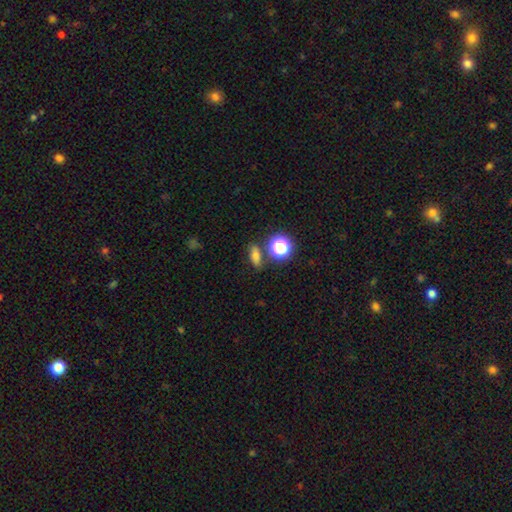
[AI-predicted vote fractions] smooth-or-featured: smooth: 64% | star or artifact: 20% | featured or disk: 16%
  how-rounded: in between: 56% | round: 24% | cigar-shaped: 19%
  merging: none: 77% | minor disturbance: 11% | merger: 8% | major disturbance: 3%